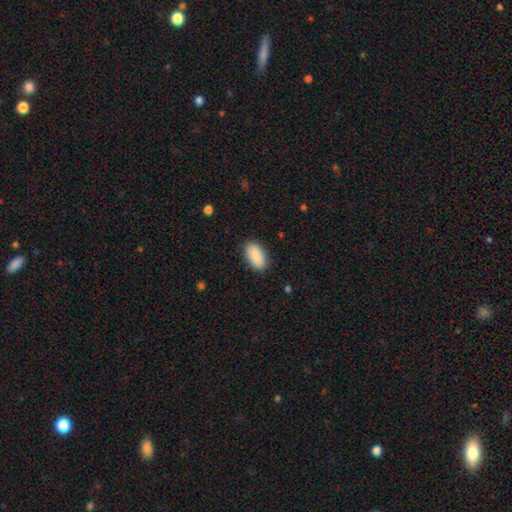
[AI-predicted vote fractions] smooth 87%, featured or disk 7%, star or artifact 6%. Down the decision tree: how rounded — in between (94%); merging — none (87%).